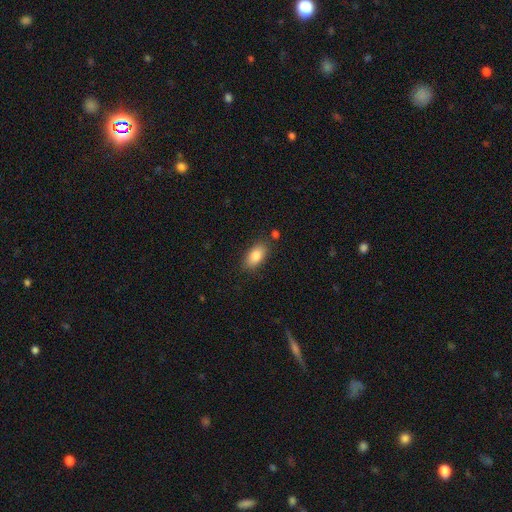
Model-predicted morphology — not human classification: A smooth galaxy with no disk features (84%) that is in between round and cigar-shaped (90%).

Vote fractions:
- Smooth or featured? smooth: 84% / featured or disk: 8% / star or artifact: 8%
- How rounded? in between: 90% / cigar-shaped: 5% / round: 5%
- Merging? none: 81% / minor disturbance: 12% / merger: 3% / major disturbance: 3%